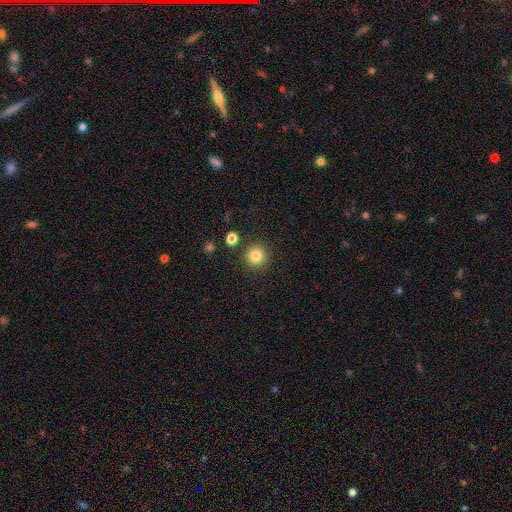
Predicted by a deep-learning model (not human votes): Smooth or featured? Predicted: smooth (p=0.84). How rounded? Predicted: round (p=0.93). Merging? Predicted: none (p=0.87).